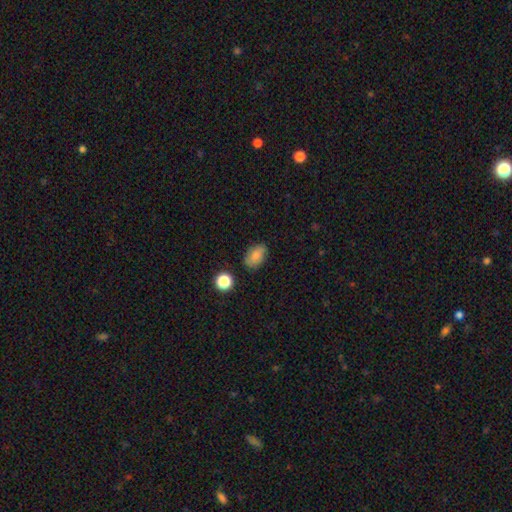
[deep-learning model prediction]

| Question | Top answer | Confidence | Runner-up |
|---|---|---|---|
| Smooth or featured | smooth | 79% | featured or disk (11%) |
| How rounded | in between | 86% | round (12%) |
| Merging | none | 79% | minor disturbance (16%) |